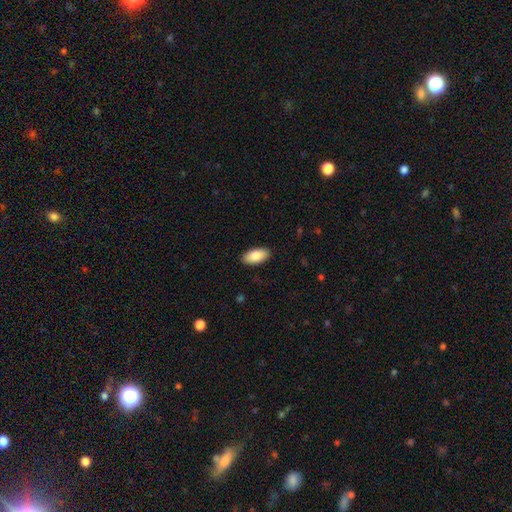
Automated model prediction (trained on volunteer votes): Smooth or featured? smooth (86%)
How rounded? in between (94%)
Merging? none (90%)